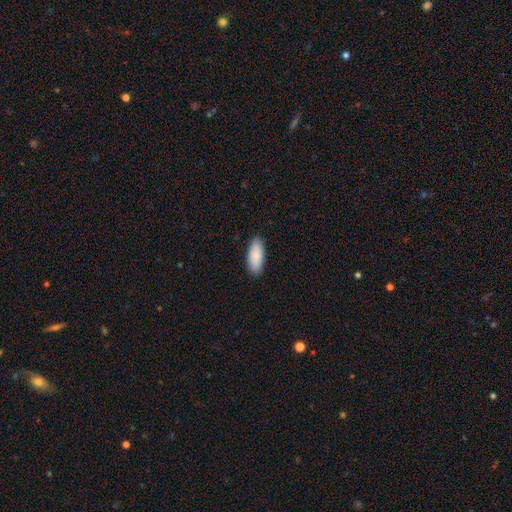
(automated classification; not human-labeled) This appears to be a smooth galaxy with no disk features (89%) that is in between round and cigar-shaped (83%). Merging: none (90%).